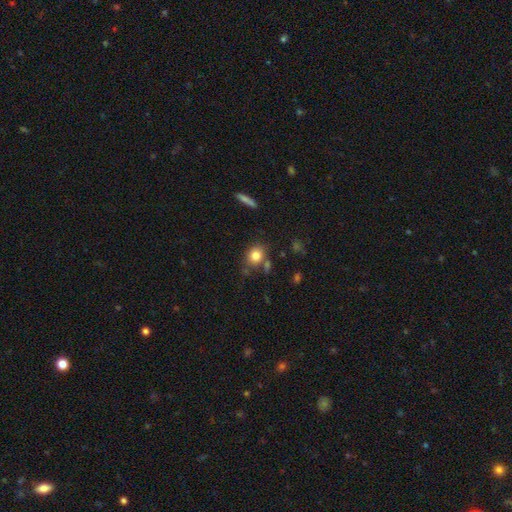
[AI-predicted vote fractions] This appears to be a smooth galaxy with no disk features (81%) that is round (68%). Merging: none (70%).